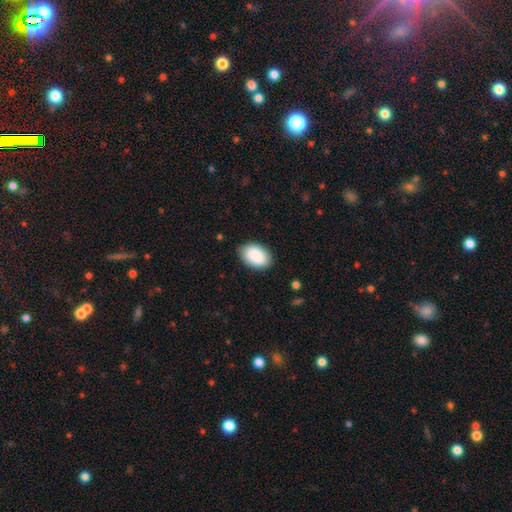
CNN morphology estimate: smooth-or-featured: smooth: 89% | star or artifact: 6% | featured or disk: 5%
  how-rounded: in between: 88% | round: 11% | cigar-shaped: 1%
  merging: none: 83% | minor disturbance: 13% | major disturbance: 3% | merger: 1%